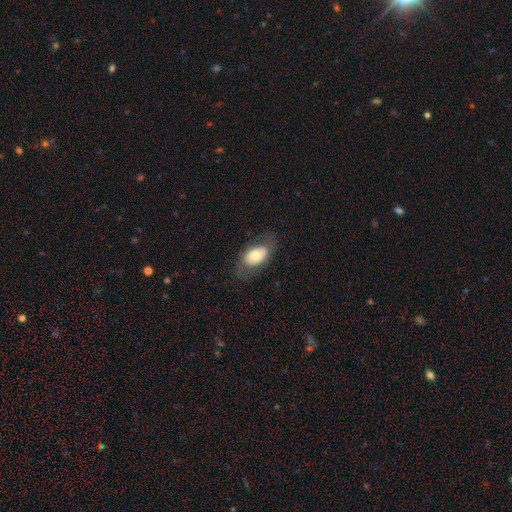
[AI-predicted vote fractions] Morphology: type=smooth (62%); roundness=in between (90%); merging=none (69%).